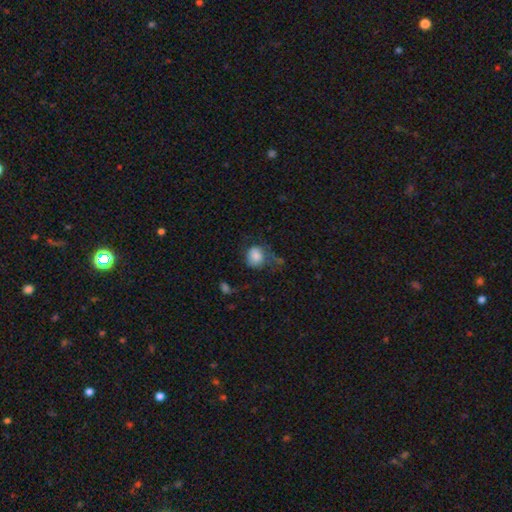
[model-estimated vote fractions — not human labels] The model was most divided on "merging": none: 42%, minor disturbance: 27%, major disturbance: 26%, merger: 4%. More confident: smooth or featured — smooth (77%); how rounded — round (69%).